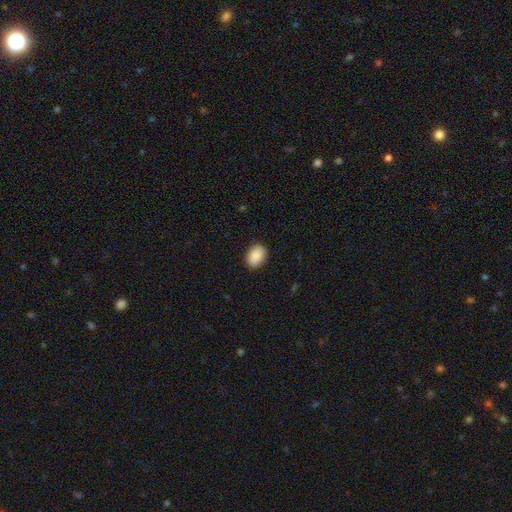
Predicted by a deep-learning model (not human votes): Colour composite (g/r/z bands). It shows a smooth galaxy with no disk features (90%) that is in between round and cigar-shaped (80%). Merging: none (86%).